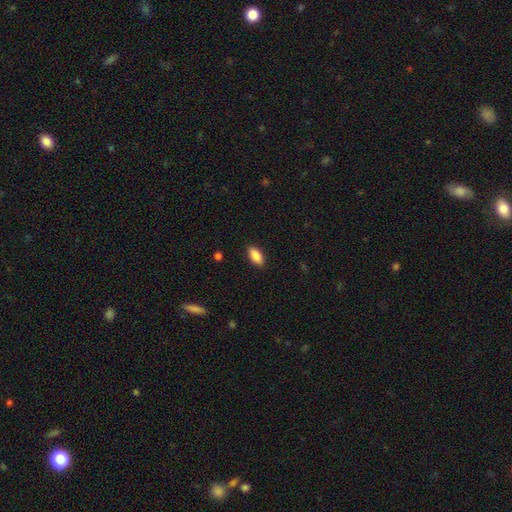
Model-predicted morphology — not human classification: Smooth or featured: smooth — 87% (star or artifact — 7%)
How rounded: in between — 89% (cigar-shaped — 8%)
Merging: none — 88% (minor disturbance — 9%)